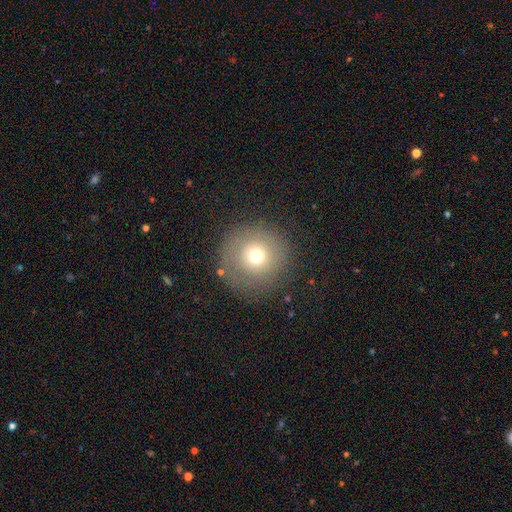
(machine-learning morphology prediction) Q: Smooth or featured?
A: smooth (68%); runner-up: featured or disk (17%)
Q: How rounded?
A: round (95%); runner-up: in between (4%)
Q: Merging?
A: none (81%); runner-up: minor disturbance (11%)